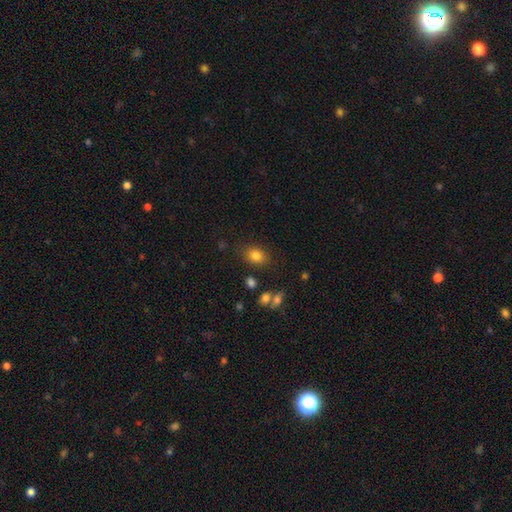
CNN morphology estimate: Overall: smooth (83%). How rounded: in between (66%; round 32%). Merging: none (78%).